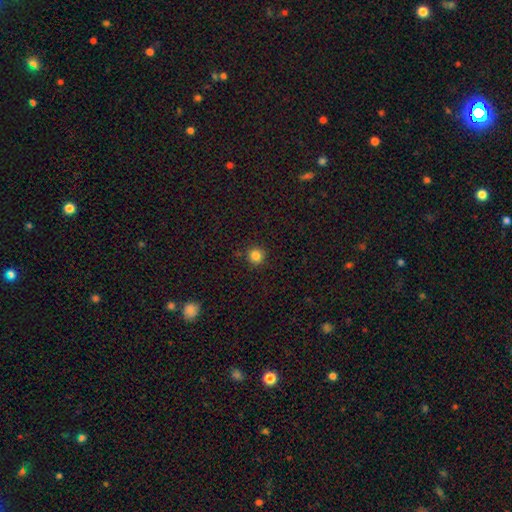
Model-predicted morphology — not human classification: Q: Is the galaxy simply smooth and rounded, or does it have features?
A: smooth — 84%.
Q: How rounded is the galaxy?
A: round — 94%.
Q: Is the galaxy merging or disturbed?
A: none — 90%.